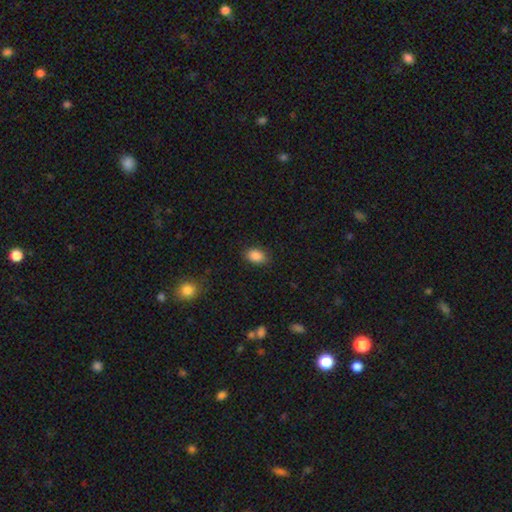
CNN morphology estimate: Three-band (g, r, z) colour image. It shows a smooth galaxy with no disk features (87%) that is in between round and cigar-shaped (79%). Merging: none (85%).